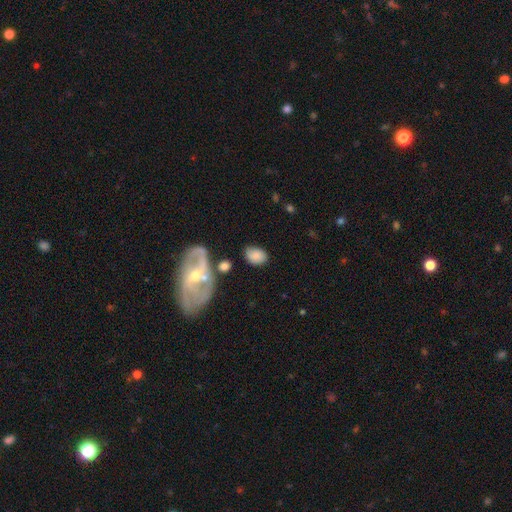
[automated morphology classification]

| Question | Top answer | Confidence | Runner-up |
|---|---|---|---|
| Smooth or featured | smooth | 76% | featured or disk (16%) |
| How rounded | in between | 77% | round (21%) |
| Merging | none | 67% | minor disturbance (18%) |